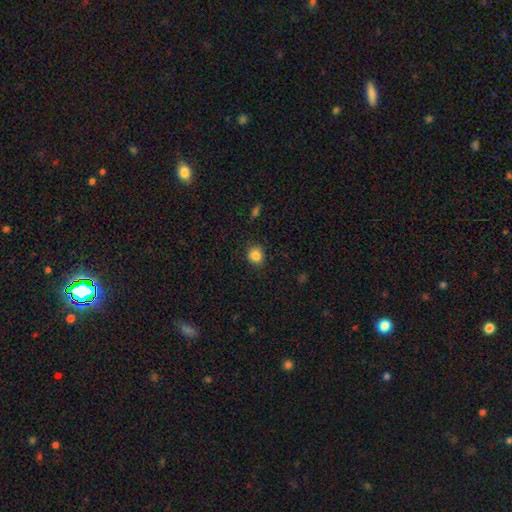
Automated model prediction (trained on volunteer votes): Smooth or featured: smooth — 85% (star or artifact — 10%)
How rounded: round — 76% (in between — 23%)
Merging: none — 87% (minor disturbance — 10%)